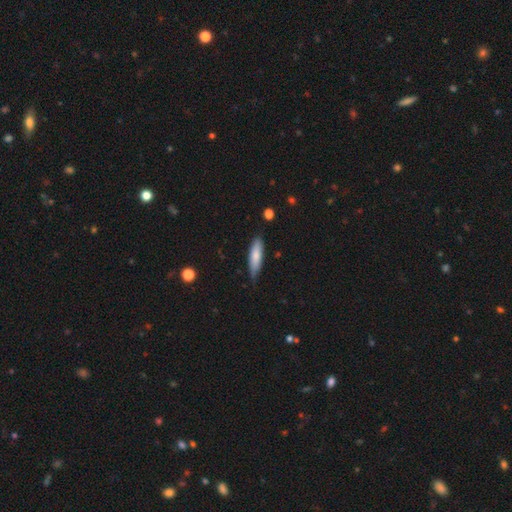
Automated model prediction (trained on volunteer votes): Q: Smooth or featured?
A: smooth (77%); runner-up: featured or disk (17%)
Q: How rounded?
A: cigar-shaped (59%); runner-up: in between (39%)
Q: Merging?
A: none (68%); runner-up: minor disturbance (26%)